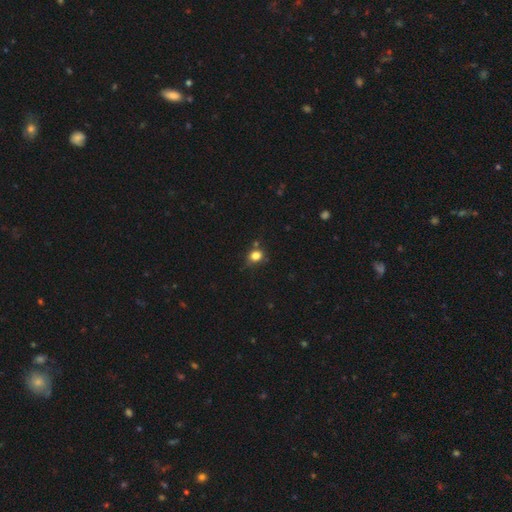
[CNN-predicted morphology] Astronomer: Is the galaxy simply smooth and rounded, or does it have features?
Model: smooth — 80%.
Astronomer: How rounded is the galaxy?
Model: round — 66%.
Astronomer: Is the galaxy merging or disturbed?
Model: none — 69%.